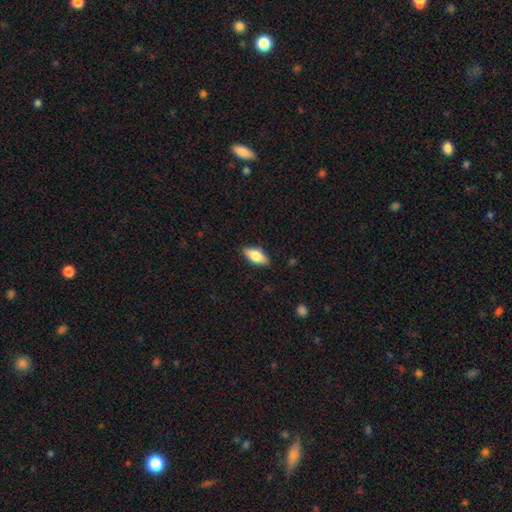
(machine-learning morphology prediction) Smooth or featured: smooth — 74% (featured or disk — 20%)
How rounded: in between — 84% (cigar-shaped — 14%)
Merging: none — 86% (minor disturbance — 11%)